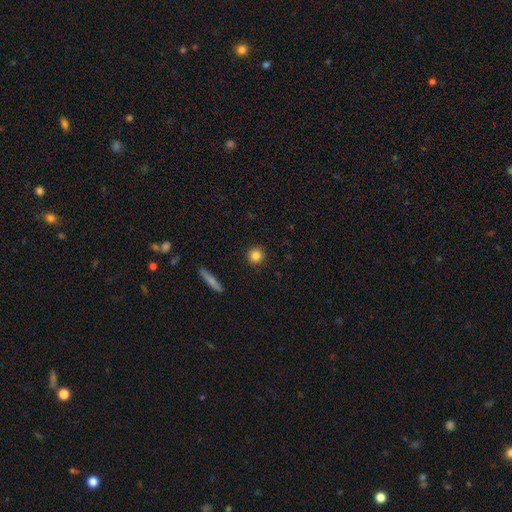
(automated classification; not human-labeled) Smooth or featured: smooth — 84% (star or artifact — 10%)
How rounded: round — 93% (in between — 5%)
Merging: none — 92% (minor disturbance — 5%)